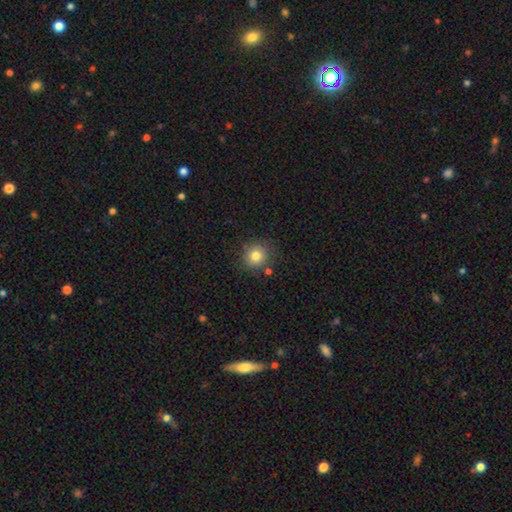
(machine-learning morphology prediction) Q: Smooth or featured?
A: smooth (79%); runner-up: star or artifact (11%)
Q: How rounded?
A: round (90%); runner-up: in between (9%)
Q: Merging?
A: none (80%); runner-up: minor disturbance (11%)